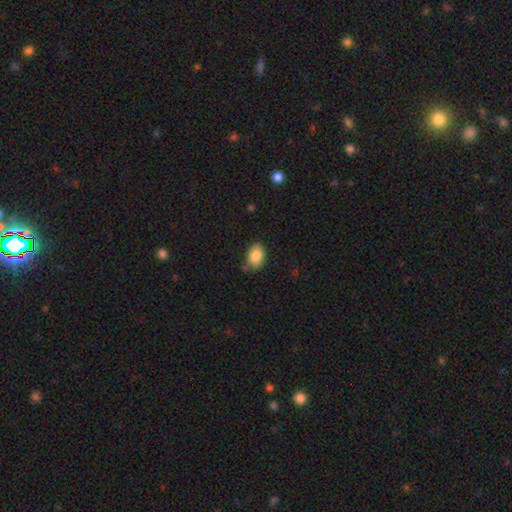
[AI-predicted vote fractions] A smooth galaxy with no disk features (86%) that is in between round and cigar-shaped (83%).

Vote fractions:
- Smooth or featured? smooth: 86% / star or artifact: 8% / featured or disk: 6%
- How rounded? in between: 83% / round: 16% / cigar-shaped: 1%
- Merging? none: 68% / minor disturbance: 23% / major disturbance: 5% / merger: 4%